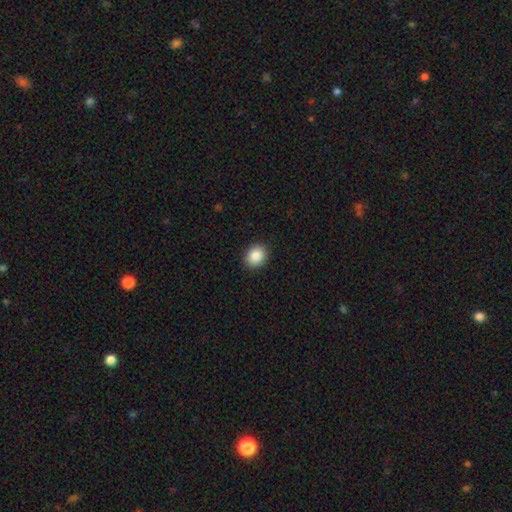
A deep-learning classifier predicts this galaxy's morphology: Smooth or featured? Predicted: smooth (p=0.87). How rounded? Predicted: round (p=0.59). Merging? Predicted: none (p=0.90).